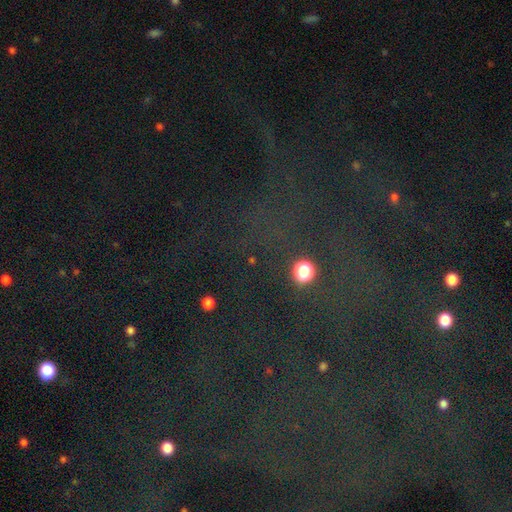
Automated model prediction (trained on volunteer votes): Overall: star or artifact (77%).